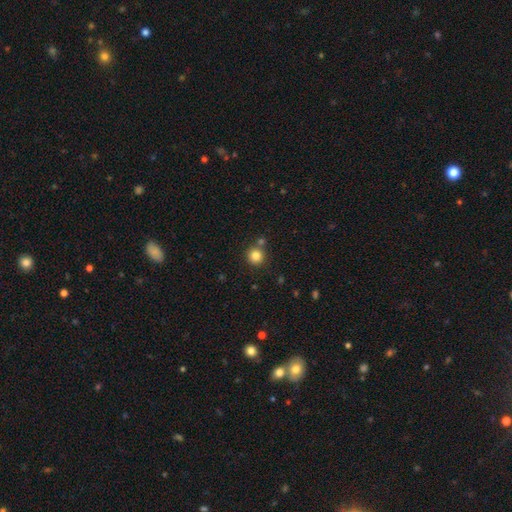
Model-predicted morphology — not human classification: Smooth or featured?
  - smooth: 82% *
  - star or artifact: 12%
  - featured or disk: 6%
How rounded?
  - round: 94% *
  - in between: 5%
  - cigar-shaped: 1%
Merging?
  - none: 80% *
  - merger: 11%
  - minor disturbance: 7%
  - major disturbance: 2%